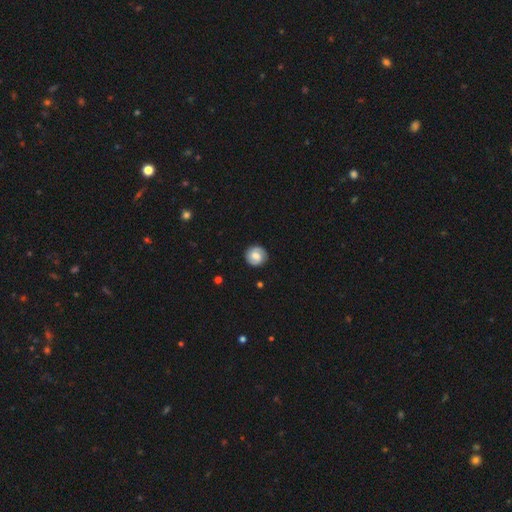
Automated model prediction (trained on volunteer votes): Smooth or featured: smooth — 53% (featured or disk — 40%)
How rounded: round — 91% (in between — 8%)
Merging: none — 88% (minor disturbance — 9%)